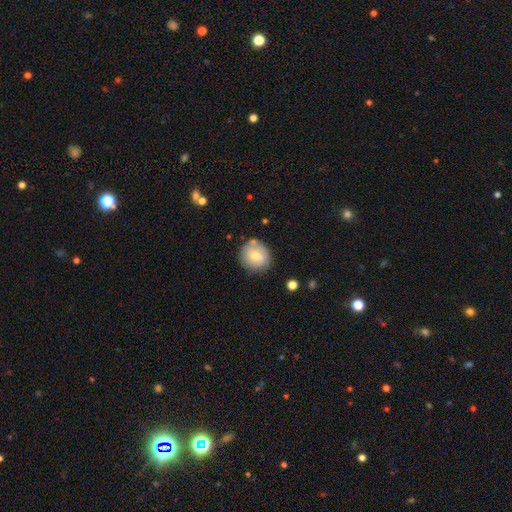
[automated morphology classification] Q: Smooth or featured?
A: smooth (61%); runner-up: featured or disk (31%)
Q: How rounded?
A: round (85%); runner-up: in between (14%)
Q: Merging?
A: none (77%); runner-up: minor disturbance (15%)